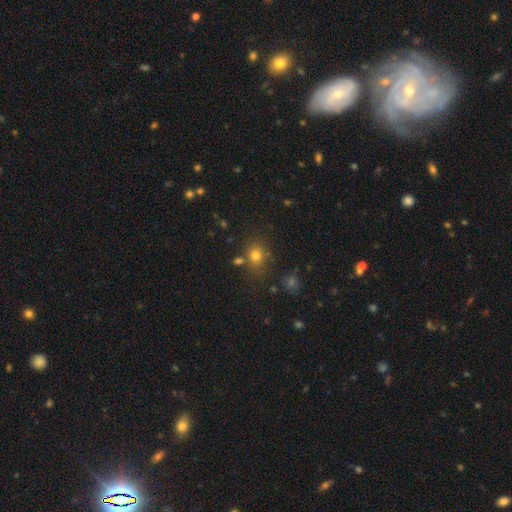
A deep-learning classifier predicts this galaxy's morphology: This appears to be a smooth galaxy with no disk features (76%) that is round (53%). Merging: none (72%).